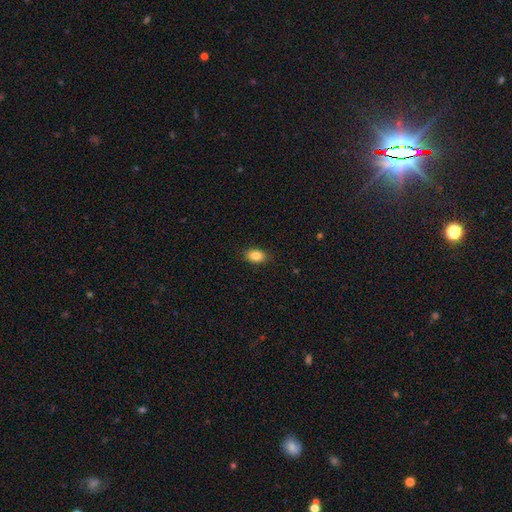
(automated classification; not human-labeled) A smooth galaxy with no disk features (86%) that is in between round and cigar-shaped (84%). Merging: none (88%).